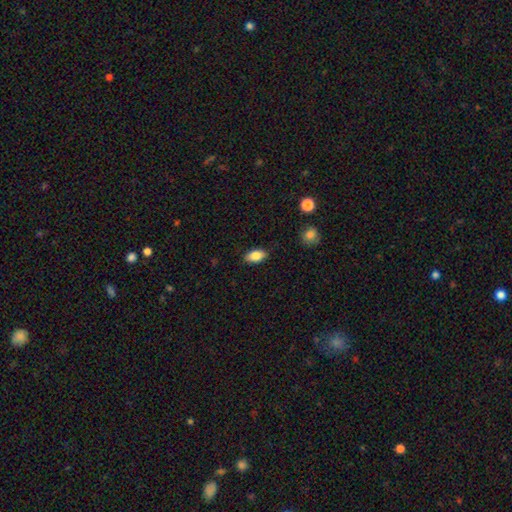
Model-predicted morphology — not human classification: A smooth galaxy with no disk features (84%) that is in between round and cigar-shaped (91%). Merging: none (86%).